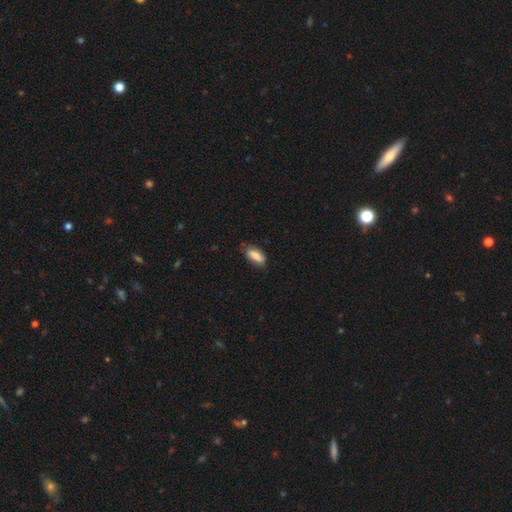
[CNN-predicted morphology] A smooth galaxy with no disk features (76%) that is in between round and cigar-shaped (82%). Merging: none (69%).